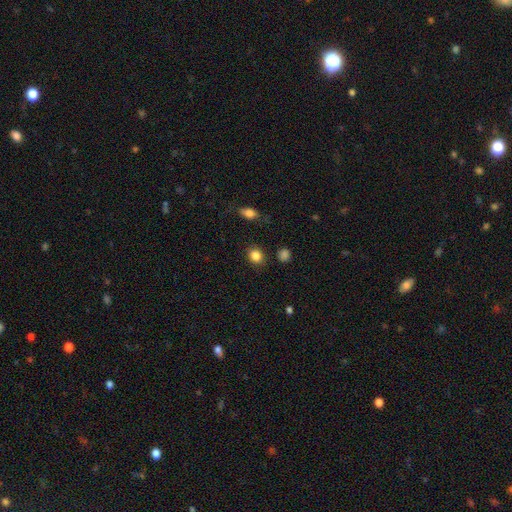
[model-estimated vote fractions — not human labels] Smooth or featured? smooth (85%)
How rounded? round (68%)
Merging? none (87%)